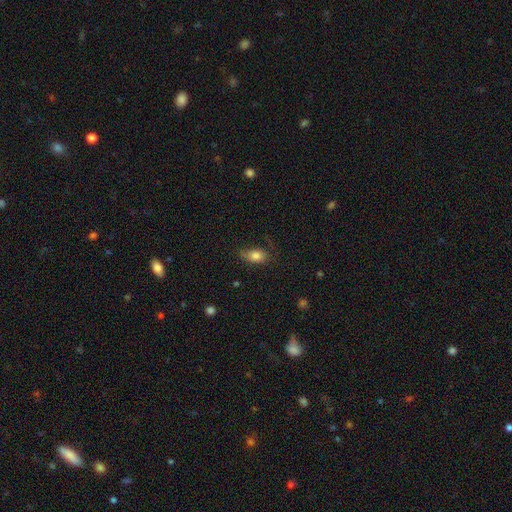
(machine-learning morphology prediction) This is clearly a smooth galaxy (81%). How rounded: clearly in between (85%). Merging: likely none (61%).